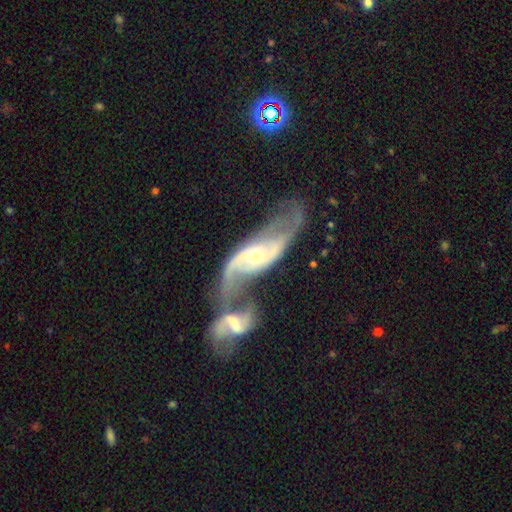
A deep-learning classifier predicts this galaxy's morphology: Smooth or featured? featured or disk (87%)
Edge-on disk? no (93%)
Bar? no (47%)
Spiral arms? yes (93%)
Spiral winding? loose (55%)
Spiral arm count? 2 (85%)
Bulge size? moderate (53%)
Merging? merger (69%)